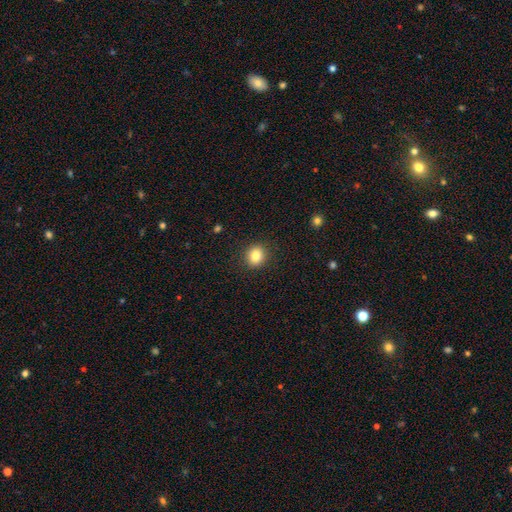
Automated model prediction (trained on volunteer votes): Smooth or featured? Predicted: smooth (p=0.84). How rounded? Predicted: round (p=0.81). Merging? Predicted: none (p=0.91).